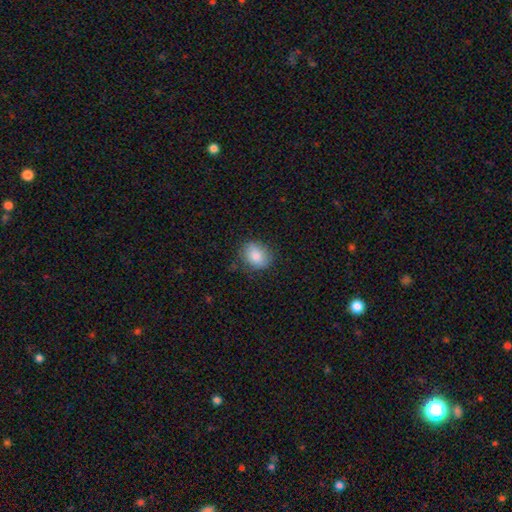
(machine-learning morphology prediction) Smooth or featured? Predicted: smooth (p=0.85). How rounded? Predicted: round (p=0.51). Merging? Predicted: none (p=0.77).